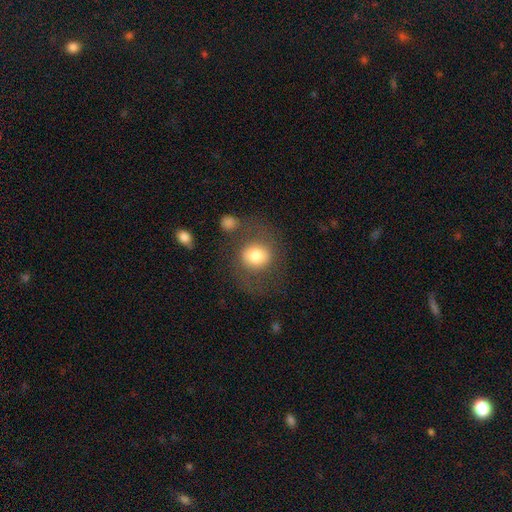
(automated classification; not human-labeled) smooth_or_featured: smooth (p=0.72) [alt: featured or disk p=0.20]
how_rounded: round (p=0.79) [alt: in between p=0.20]
merging: none (p=0.62) [alt: minor disturbance p=0.16]